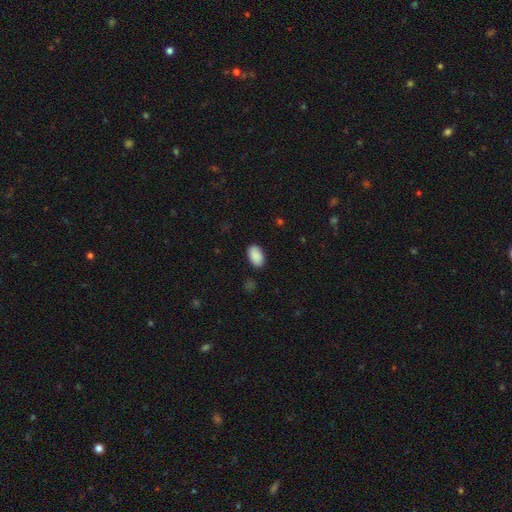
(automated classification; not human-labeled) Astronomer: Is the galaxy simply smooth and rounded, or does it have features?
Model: smooth — 90%.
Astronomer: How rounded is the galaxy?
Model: in between — 93%.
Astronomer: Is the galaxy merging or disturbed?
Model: none — 86%.